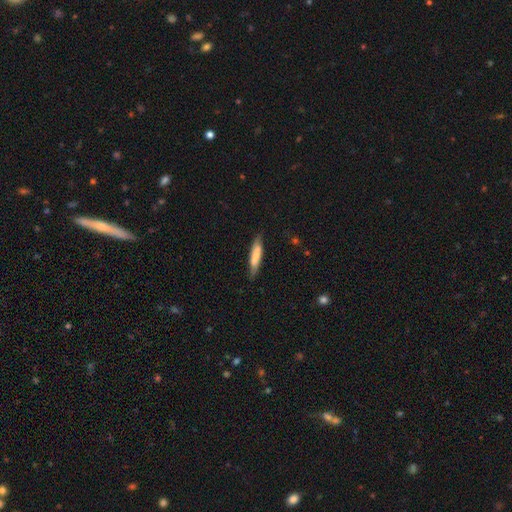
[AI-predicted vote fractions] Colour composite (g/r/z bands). It shows a smooth galaxy with no disk features (72%) that is cigar-shaped (84%). Merging: none (78%).